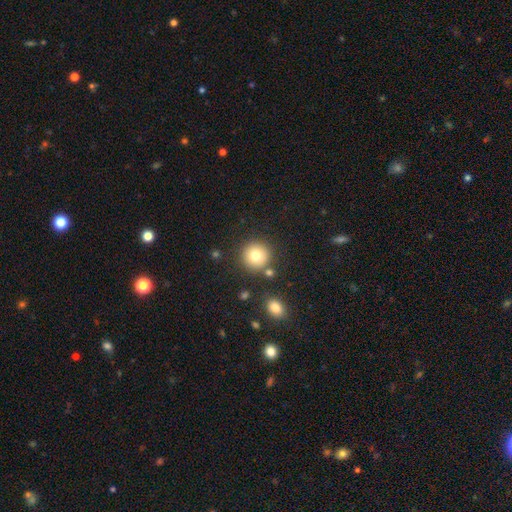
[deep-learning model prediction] Morphology: type=smooth (78%); roundness=round (94%); merging=none (83%).